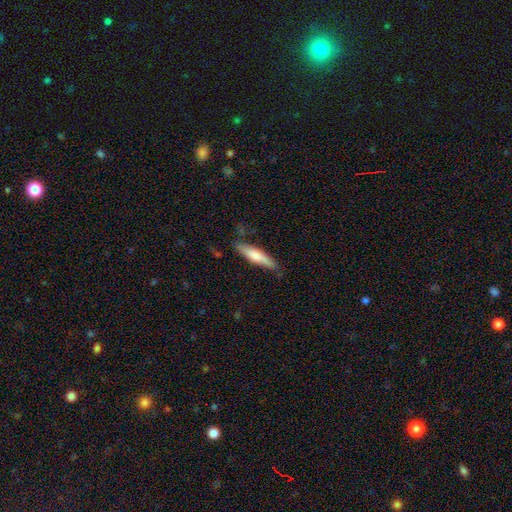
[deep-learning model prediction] smooth 66%, featured or disk 29%, star or artifact 5%. Down the decision tree: how rounded — cigar-shaped (79%); merging — none (80%).